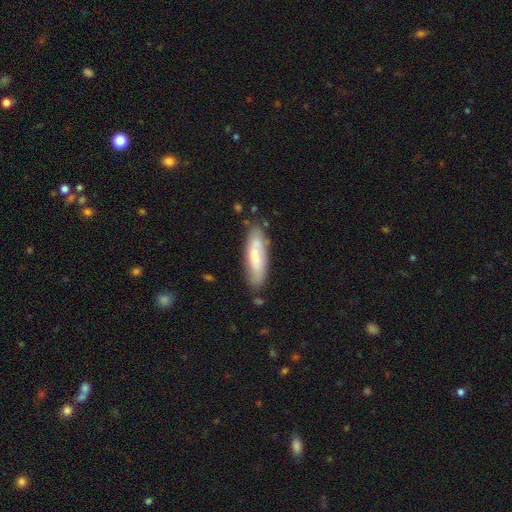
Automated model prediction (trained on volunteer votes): smooth_or_featured: smooth (p=0.61) [alt: featured or disk p=0.32]
how_rounded: cigar-shaped (p=0.57) [alt: in between p=0.42]
merging: none (p=0.71) [alt: minor disturbance p=0.20]